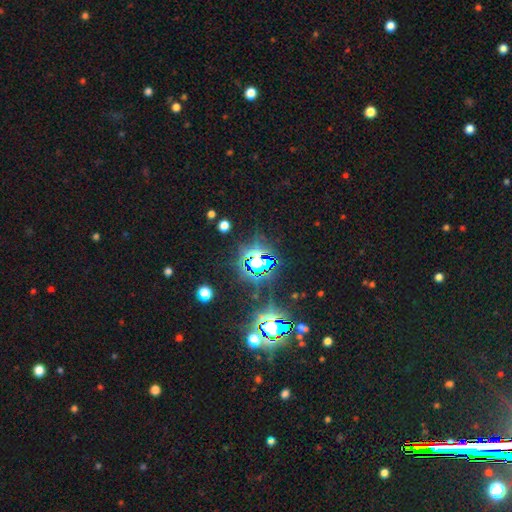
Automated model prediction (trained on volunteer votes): Smooth or featured: star or artifact — 79% (smooth — 13%)